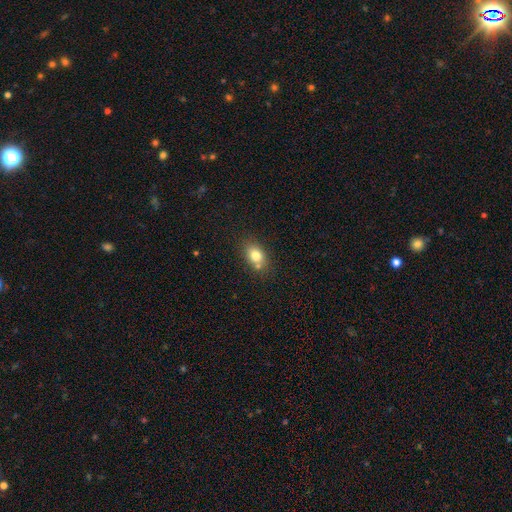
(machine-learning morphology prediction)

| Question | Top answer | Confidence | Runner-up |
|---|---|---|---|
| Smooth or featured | smooth | 79% | featured or disk (11%) |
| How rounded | in between | 74% | round (24%) |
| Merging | none | 67% | merger (15%) |